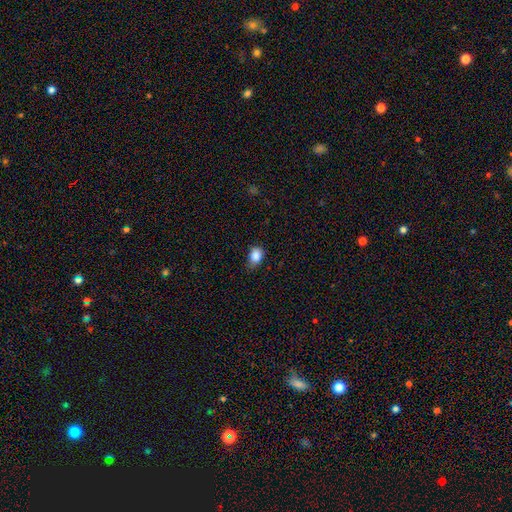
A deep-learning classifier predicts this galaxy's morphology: Smooth or featured?
  - smooth: 87% *
  - star or artifact: 9%
  - featured or disk: 4%
How rounded?
  - in between: 71% *
  - round: 28%
  - cigar-shaped: 1%
Merging?
  - none: 62% *
  - minor disturbance: 31%
  - major disturbance: 5%
  - merger: 1%